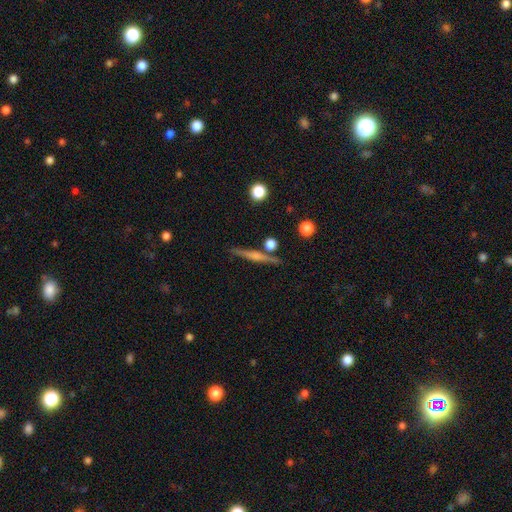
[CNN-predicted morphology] This is likely a featured or disk galaxy (66%). It is clearly viewed edge-on (97%). Edge-on bulge: likely rounded (64%). Merging: clearly none (86%).